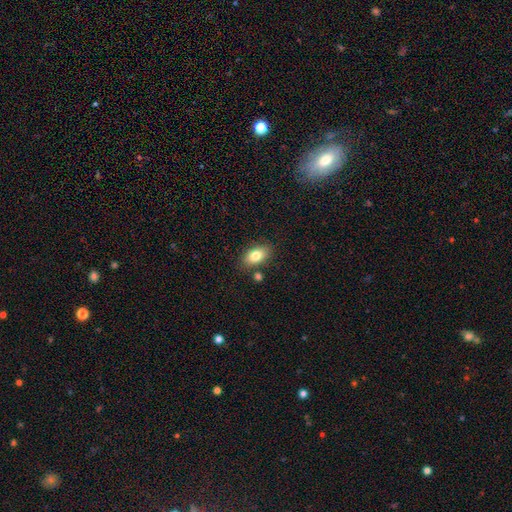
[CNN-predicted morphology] This appears to be a smooth galaxy with no disk features (81%) that is in between round and cigar-shaped (89%). Merging: none (78%).